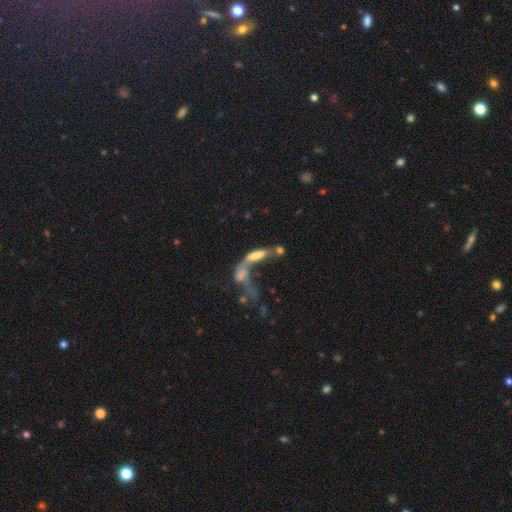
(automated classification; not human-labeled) The model was most divided on "how rounded": cigar-shaped: 50%, in between: 47%, round: 3%. More confident: merging — merger (64%); smooth or featured — smooth (56%).